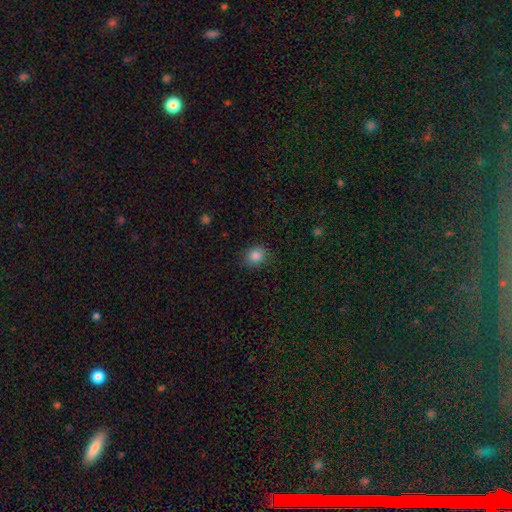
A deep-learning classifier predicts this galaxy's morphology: Smooth or featured?
  - smooth: 85% *
  - star or artifact: 10%
  - featured or disk: 5%
How rounded?
  - round: 68% *
  - in between: 31%
  - cigar-shaped: 1%
Merging?
  - none: 84% *
  - minor disturbance: 11%
  - major disturbance: 3%
  - merger: 1%